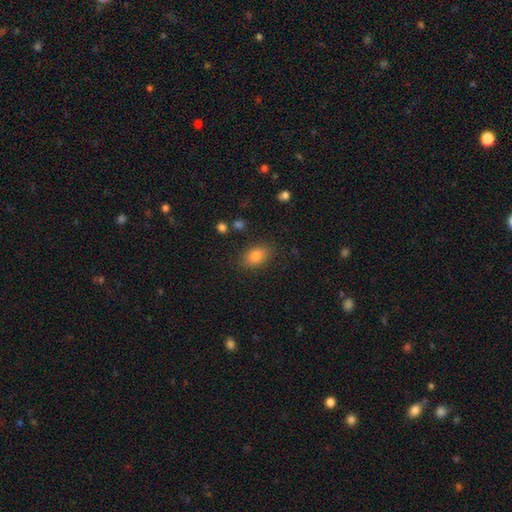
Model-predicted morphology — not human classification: Smooth or featured? smooth (82%)
How rounded? in between (84%)
Merging? none (84%)